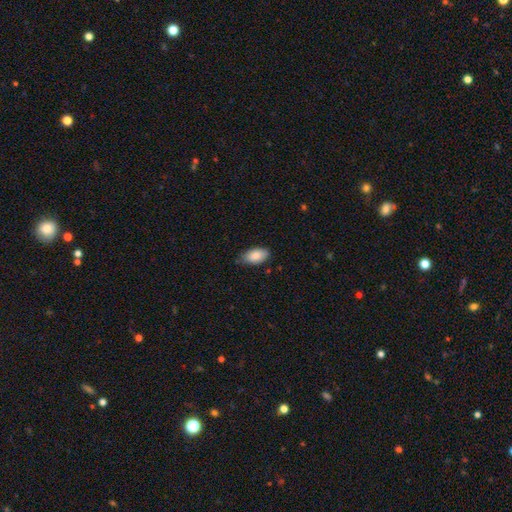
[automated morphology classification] Smooth or featured?
  - smooth: 87% *
  - featured or disk: 7%
  - star or artifact: 7%
How rounded?
  - in between: 94% *
  - round: 4%
  - cigar-shaped: 2%
Merging?
  - none: 74% *
  - minor disturbance: 22%
  - major disturbance: 3%
  - merger: 1%